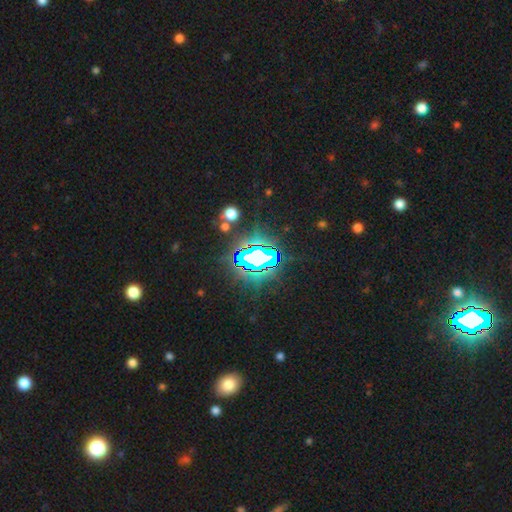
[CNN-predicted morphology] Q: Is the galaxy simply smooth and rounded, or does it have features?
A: star or artifact — 75%.